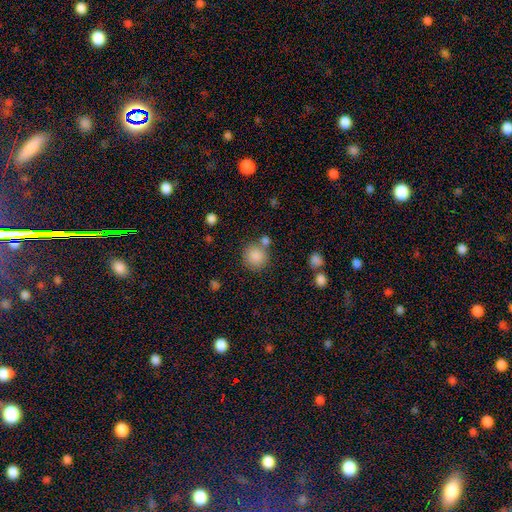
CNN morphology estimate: Q: Smooth or featured?
A: smooth (86%); runner-up: star or artifact (9%)
Q: How rounded?
A: round (90%); runner-up: in between (9%)
Q: Merging?
A: none (72%); runner-up: merger (14%)